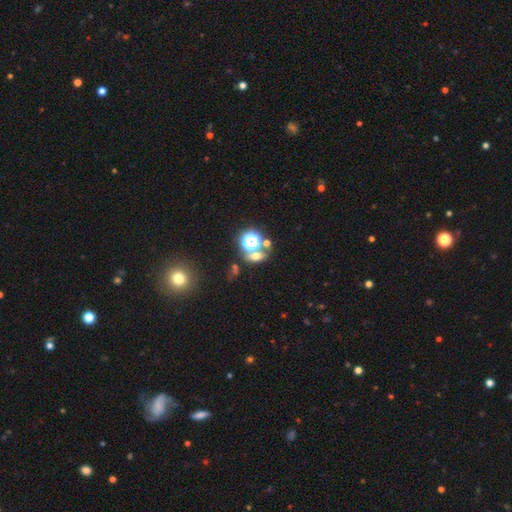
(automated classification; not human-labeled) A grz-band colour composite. It shows a smooth galaxy with no disk features (51%) that is in between round and cigar-shaped (49%). Merging: none (63%).